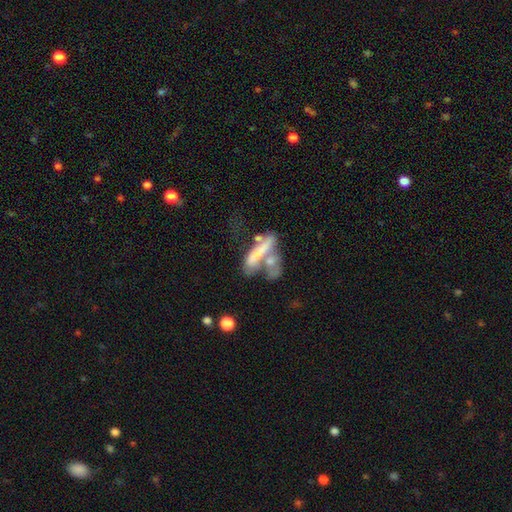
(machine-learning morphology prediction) This appears to be a smooth galaxy with no disk features (50%). Merging: merger (48%).